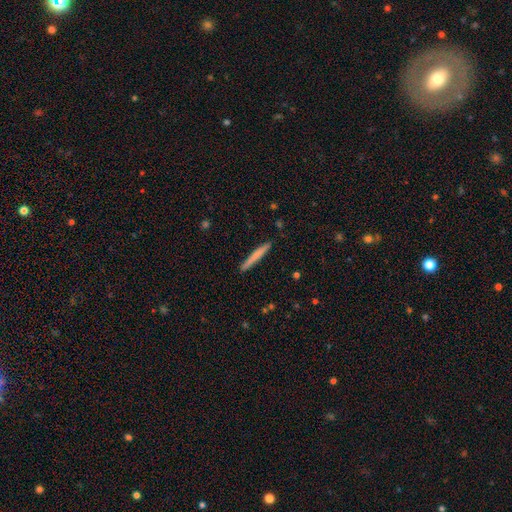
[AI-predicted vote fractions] Smooth or featured? Predicted: smooth (p=0.69). How rounded? Predicted: cigar-shaped (p=0.96). Merging? Predicted: none (p=0.90).